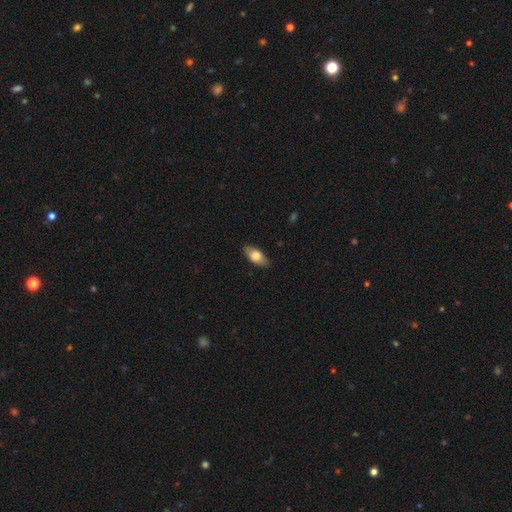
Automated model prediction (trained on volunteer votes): The model was most divided on "smooth or featured": smooth: 75%, featured or disk: 19%, star or artifact: 6%. More confident: how rounded — in between (89%); merging — none (86%).